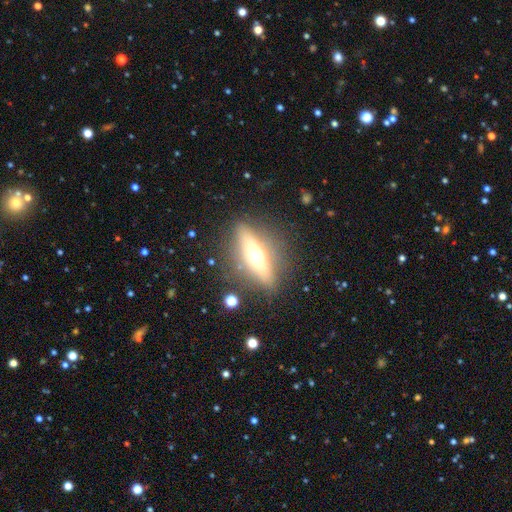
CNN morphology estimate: type=featured or disk (59%); edge-on=yes (85%); merging=none (83%).